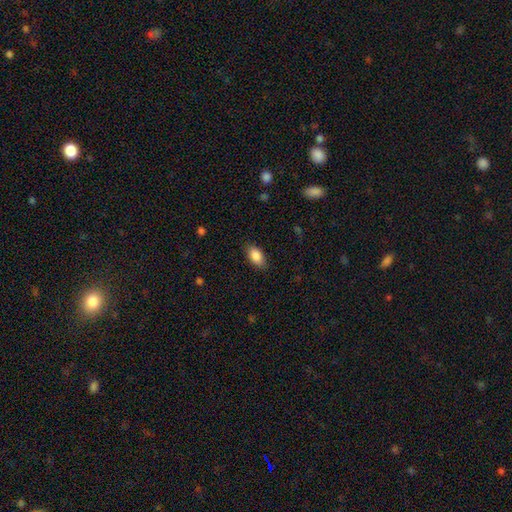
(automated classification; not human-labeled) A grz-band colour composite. It shows a smooth galaxy with no disk features (88%) that is in between round and cigar-shaped (92%). Merging: none (84%).